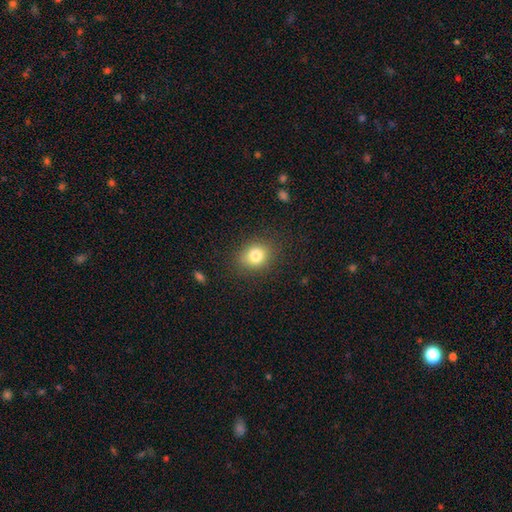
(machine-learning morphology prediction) Q: Smooth or featured?
A: smooth (81%); runner-up: star or artifact (10%)
Q: How rounded?
A: round (56%); runner-up: in between (43%)
Q: Merging?
A: none (84%); runner-up: minor disturbance (11%)